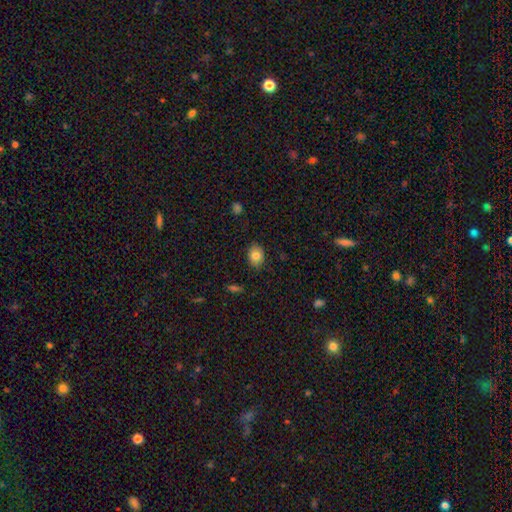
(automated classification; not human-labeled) Morphology: type=smooth (82%); roundness=in between (60%); merging=none (85%).